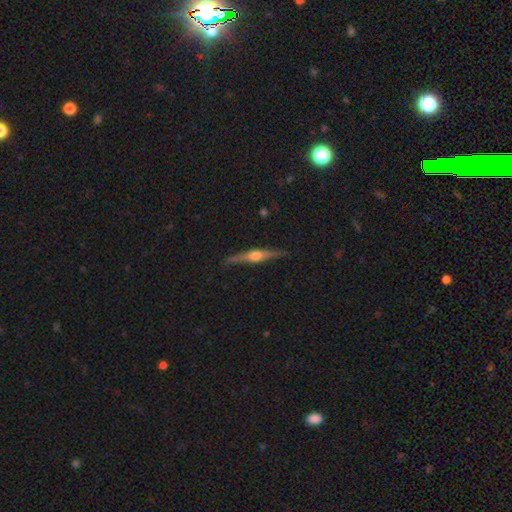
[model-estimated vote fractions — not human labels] Morphology: type=featured or disk (74%); edge-on=yes (97%); edge-on bulge=rounded (92%); merging=none (86%).